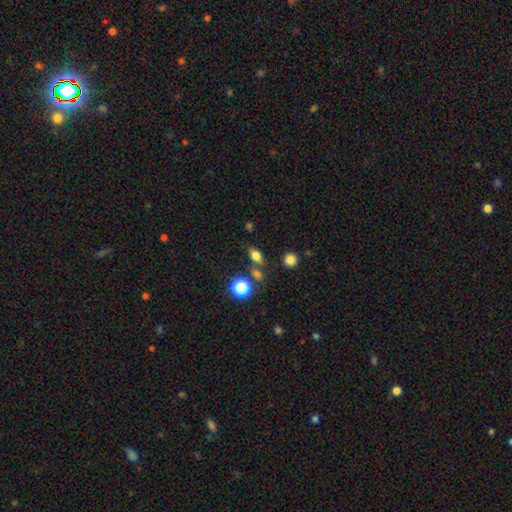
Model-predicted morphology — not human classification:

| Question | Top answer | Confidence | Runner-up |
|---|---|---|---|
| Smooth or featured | smooth | 72% | star or artifact (15%) |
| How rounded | in between | 70% | round (22%) |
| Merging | none | 74% | minor disturbance (12%) |